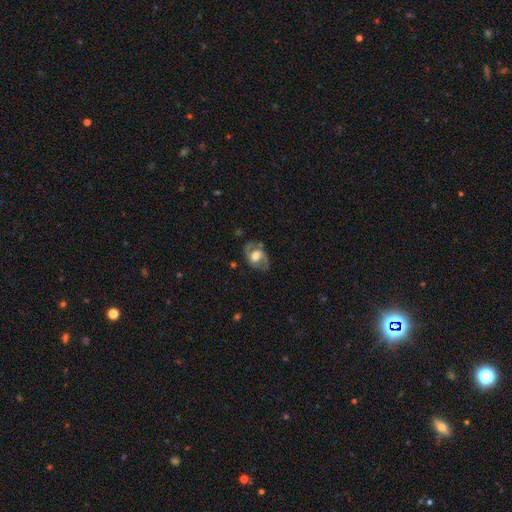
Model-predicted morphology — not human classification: A featured or disk galaxy (70%) with no bar (46%), 2 (87%) medium (50%) spiral arms (81%) and a moderate central bulge (45%). Merging: none (71%).